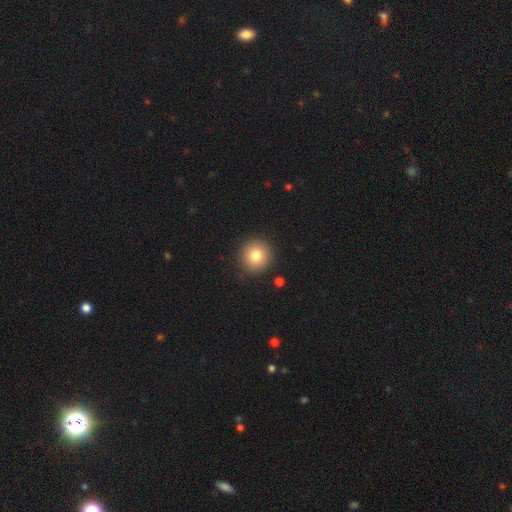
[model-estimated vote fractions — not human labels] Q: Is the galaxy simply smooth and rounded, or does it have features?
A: smooth — 81%.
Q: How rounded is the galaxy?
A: round — 94%.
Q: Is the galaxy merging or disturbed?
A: none — 90%.